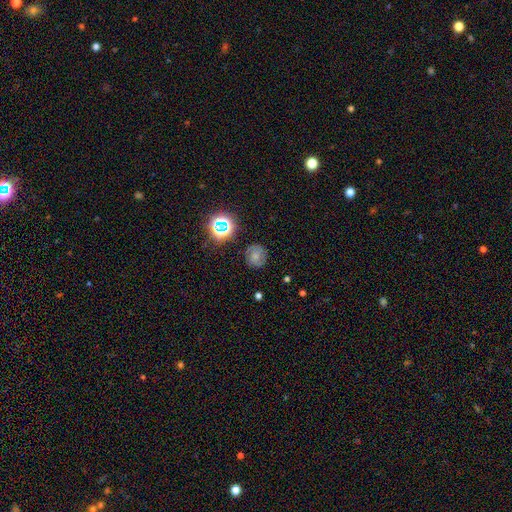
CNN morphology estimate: smooth-or-featured: smooth: 50% | featured or disk: 31% | star or artifact: 19%
  how-rounded: round: 86% | in between: 13% | cigar-shaped: 1%
  merging: none: 80% | minor disturbance: 14% | major disturbance: 5% | merger: 2%